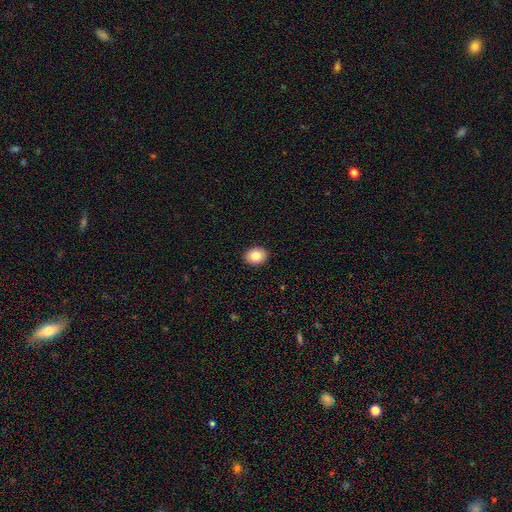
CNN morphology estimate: This appears to be a smooth galaxy with no disk features (84%) that is in between round and cigar-shaped (62%). Merging: none (91%).